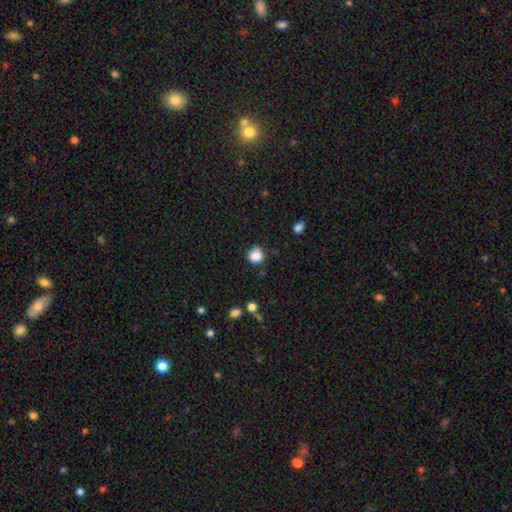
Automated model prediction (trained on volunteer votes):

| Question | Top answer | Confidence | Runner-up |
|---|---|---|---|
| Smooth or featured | smooth | 86% | star or artifact (10%) |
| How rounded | round | 87% | in between (12%) |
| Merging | none | 76% | minor disturbance (17%) |